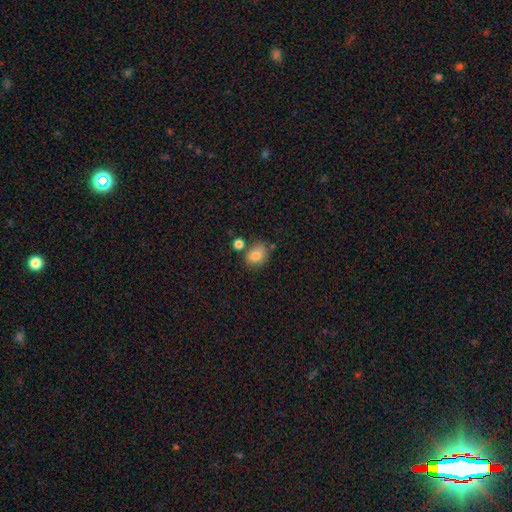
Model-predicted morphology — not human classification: Smooth or featured: smooth — 80% (featured or disk — 11%)
How rounded: in between — 60% (round — 39%)
Merging: none — 60% (minor disturbance — 20%)